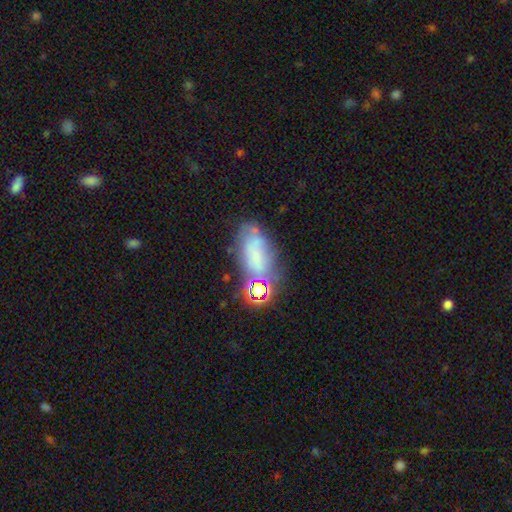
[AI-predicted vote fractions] Smooth or featured?
  - smooth: 49% *
  - featured or disk: 31%
  - star or artifact: 21%
Merging?
  - none: 47% *
  - minor disturbance: 24%
  - major disturbance: 15%
  - merger: 14%